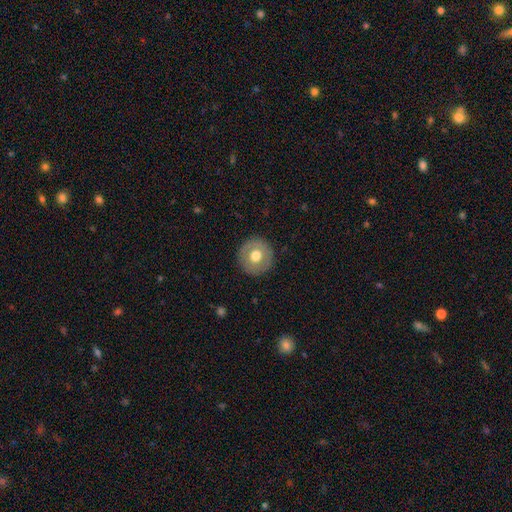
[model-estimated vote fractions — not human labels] Q: Smooth or featured?
A: smooth (63%); runner-up: featured or disk (29%)
Q: How rounded?
A: round (95%); runner-up: in between (4%)
Q: Merging?
A: none (90%); runner-up: minor disturbance (7%)